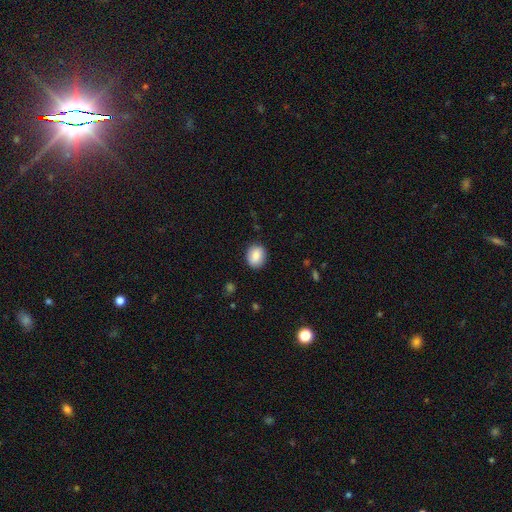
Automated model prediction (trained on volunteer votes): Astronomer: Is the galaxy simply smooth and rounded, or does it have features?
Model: smooth — 84%.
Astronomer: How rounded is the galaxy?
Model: round — 50% (runner-up: in between, 49%).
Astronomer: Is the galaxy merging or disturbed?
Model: none — 86%.